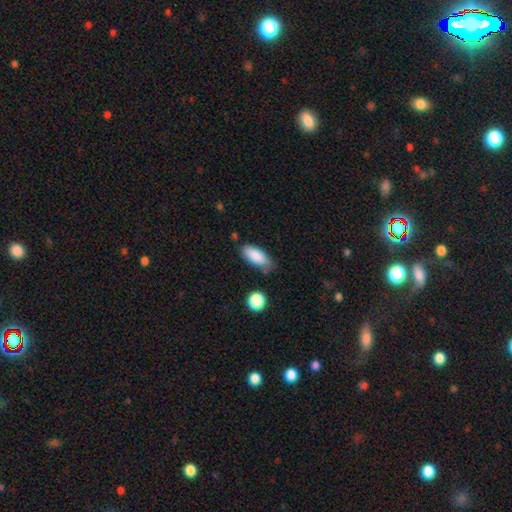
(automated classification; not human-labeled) smooth-or-featured: smooth: 86% | featured or disk: 7% | star or artifact: 7%
  how-rounded: in between: 83% | cigar-shaped: 15% | round: 2%
  merging: none: 68% | minor disturbance: 23% | merger: 5% | major disturbance: 5%